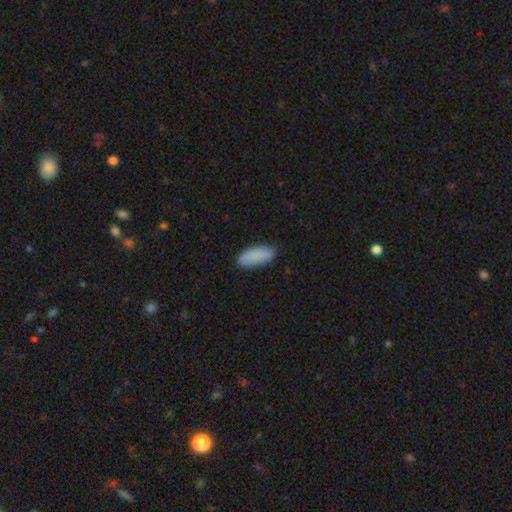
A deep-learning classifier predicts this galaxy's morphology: A smooth galaxy with no disk features (89%) that is in between round and cigar-shaped (78%). Merging: none (84%).